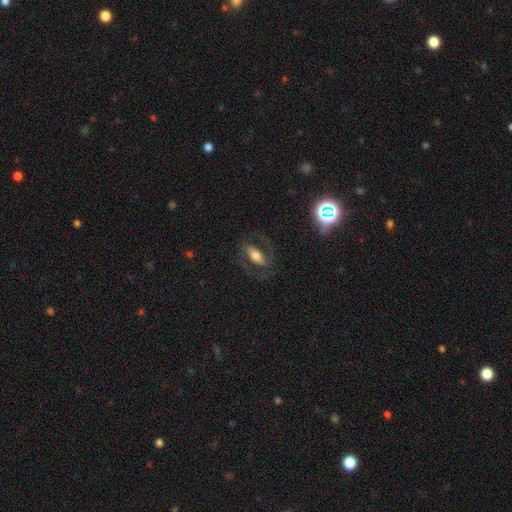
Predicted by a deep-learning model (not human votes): featured or disk 60%, smooth 32%, star or artifact 8%. Down the decision tree: edge-on disk — no (89%); bar — strong (45%); spiral arms — yes (69%); bulge size — moderate (55%); merging — none (71%).